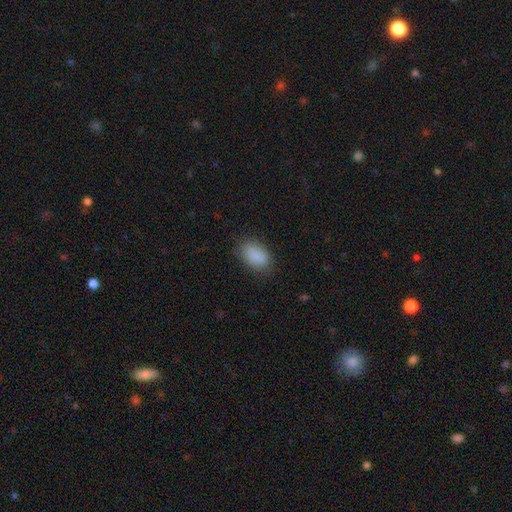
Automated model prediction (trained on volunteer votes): A smooth galaxy with no disk features (88%) that is in between round and cigar-shaped (89%).

Vote fractions:
- Smooth or featured? smooth: 88% / star or artifact: 8% / featured or disk: 4%
- How rounded? in between: 89% / round: 9% / cigar-shaped: 2%
- Merging? none: 79% / minor disturbance: 16% / major disturbance: 4% / merger: 1%